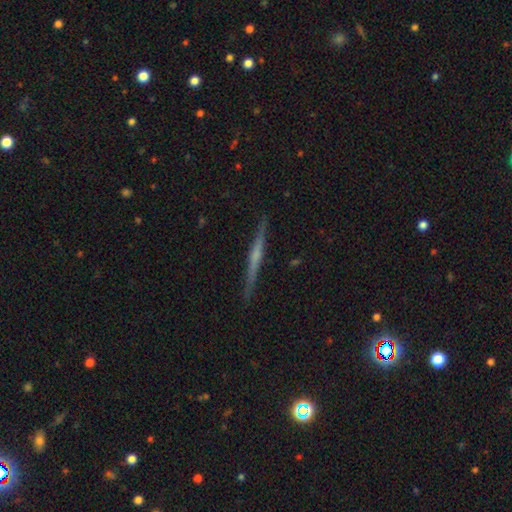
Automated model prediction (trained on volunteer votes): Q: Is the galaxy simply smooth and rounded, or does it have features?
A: featured or disk — 67%.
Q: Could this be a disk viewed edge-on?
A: yes — 98%.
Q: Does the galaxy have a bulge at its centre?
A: none — 51%.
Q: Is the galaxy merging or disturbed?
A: none — 90%.